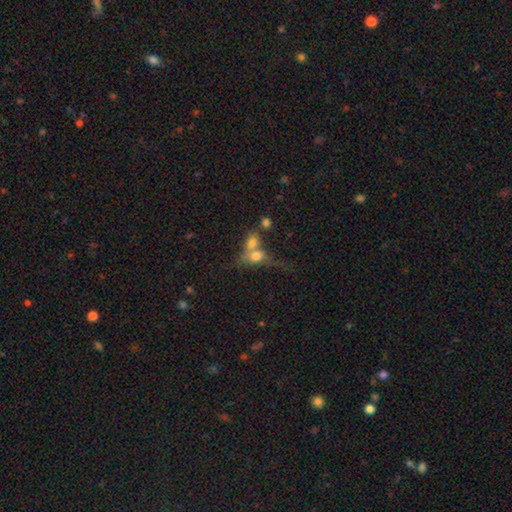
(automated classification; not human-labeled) The model was most divided on "how rounded": in between: 61%, round: 33%, cigar-shaped: 6%. More confident: smooth or featured — smooth (67%); merging — merger (65%).